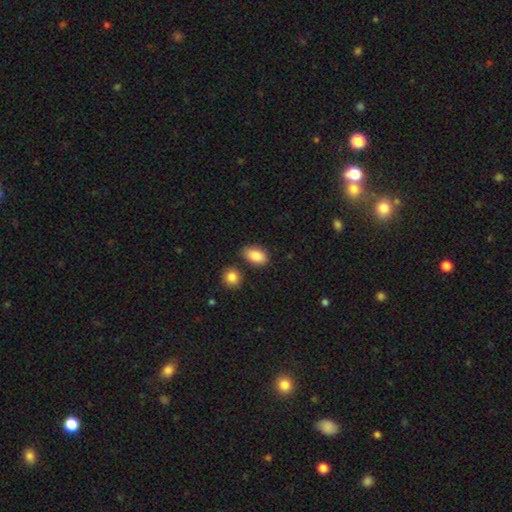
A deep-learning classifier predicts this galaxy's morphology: Smooth or featured? Predicted: smooth (p=0.87). How rounded? Predicted: in between (p=0.91). Merging? Predicted: none (p=0.78).